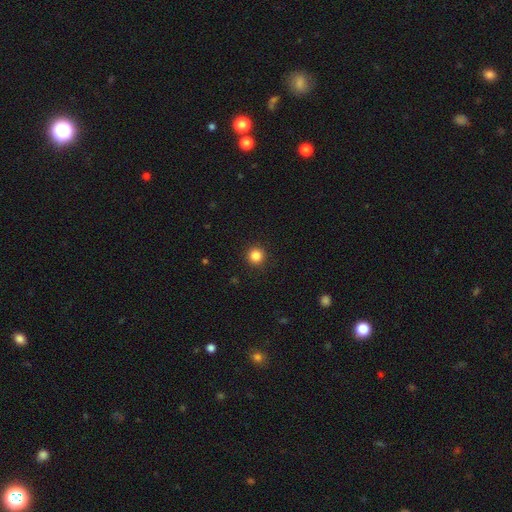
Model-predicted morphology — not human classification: A smooth galaxy with no disk features (85%) that is round (95%). Merging: none (93%).